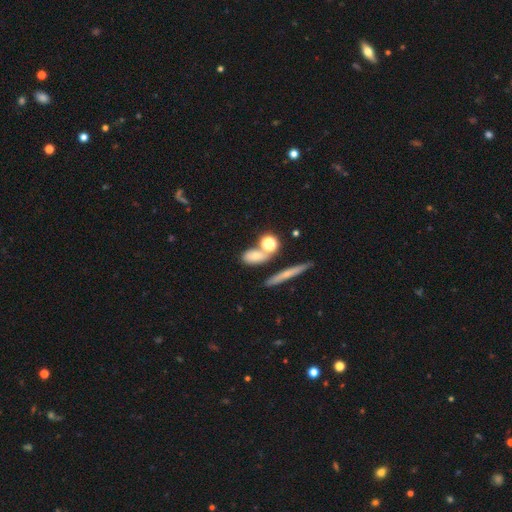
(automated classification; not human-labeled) Q: Smooth or featured?
A: smooth (67%); runner-up: featured or disk (19%)
Q: How rounded?
A: in between (60%); runner-up: round (26%)
Q: Merging?
A: none (59%); runner-up: merger (23%)